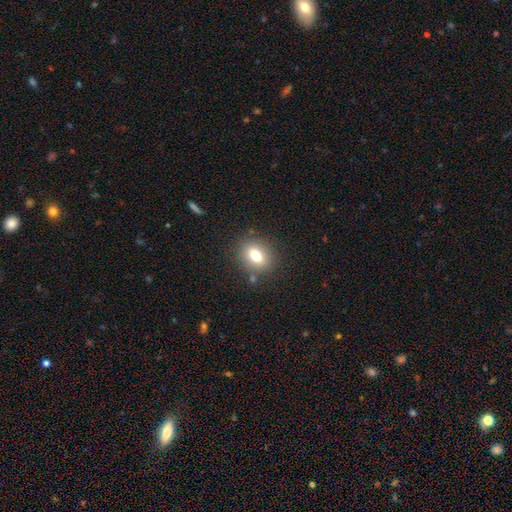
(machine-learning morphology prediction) smooth-or-featured: smooth: 75% | featured or disk: 13% | star or artifact: 11%
  how-rounded: round: 50% | in between: 49% | cigar-shaped: 1%
  merging: none: 83% | minor disturbance: 10% | major disturbance: 4% | merger: 3%